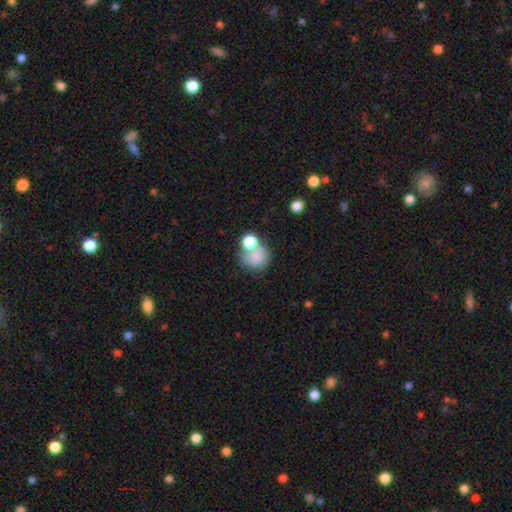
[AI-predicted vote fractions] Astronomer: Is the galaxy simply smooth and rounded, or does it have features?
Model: smooth — 76%.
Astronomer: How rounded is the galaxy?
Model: round — 78%.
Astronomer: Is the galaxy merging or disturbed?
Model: none — 40% (runner-up: merger, 39%).